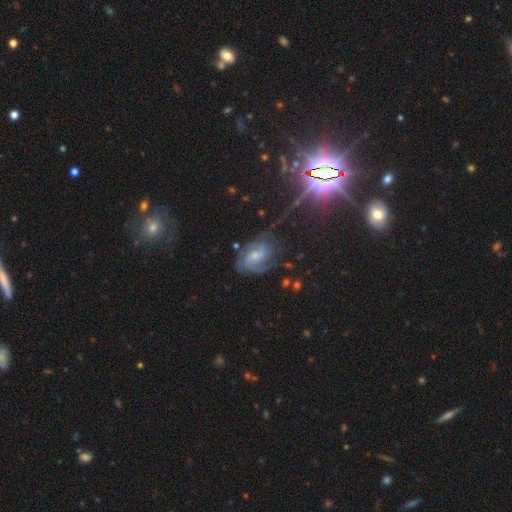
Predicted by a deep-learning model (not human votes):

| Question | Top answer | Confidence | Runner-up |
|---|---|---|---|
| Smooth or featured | featured or disk | 67% | smooth (19%) |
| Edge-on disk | no | 96% | yes (4%) |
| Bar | weak | 49% | no (40%) |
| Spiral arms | yes | 90% | no (10%) |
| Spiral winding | medium | 47% | tight (32%) |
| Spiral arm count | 2 | 47% | can't tell (25%) |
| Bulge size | small | 47% | moderate (37%) |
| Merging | none | 57% | minor disturbance (23%) |